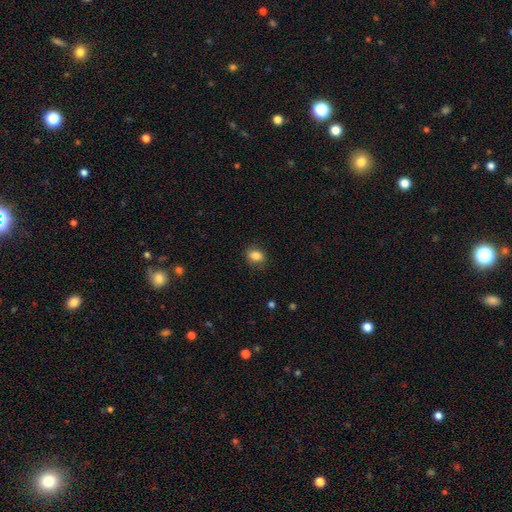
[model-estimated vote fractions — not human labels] This is clearly a smooth galaxy (85%). How rounded: likely in between (68%). Merging: clearly none (81%).